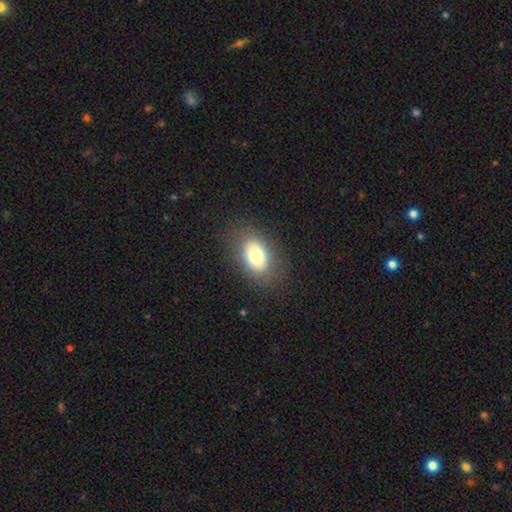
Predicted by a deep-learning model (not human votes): smooth_or_featured: smooth (p=0.74) [alt: featured or disk p=0.16]
how_rounded: in between (p=0.81) [alt: round p=0.17]
merging: none (p=0.82) [alt: minor disturbance p=0.11]